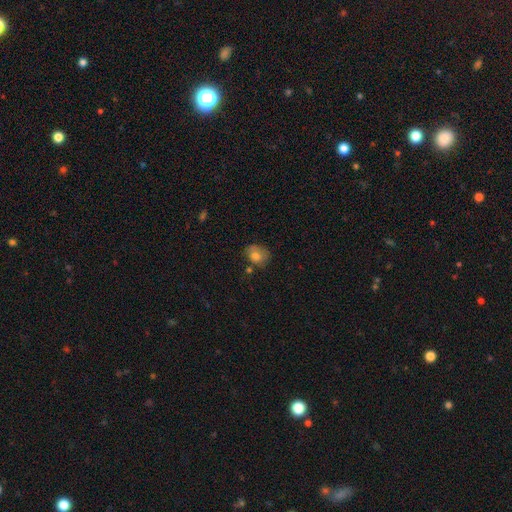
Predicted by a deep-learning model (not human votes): smooth_or_featured: smooth (p=0.76) [alt: featured or disk p=0.14]
how_rounded: round (p=0.52) [alt: in between p=0.47]
merging: none (p=0.56) [alt: minor disturbance p=0.28]